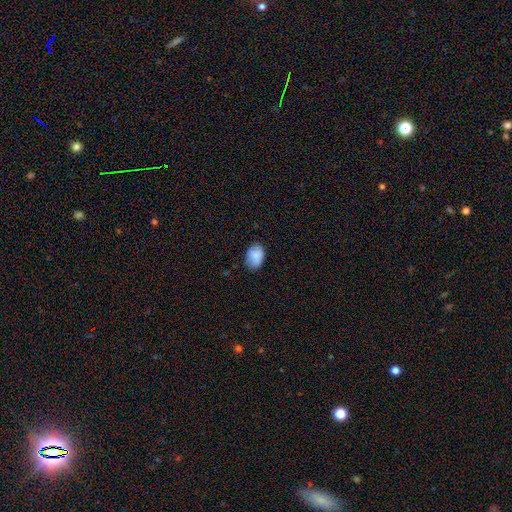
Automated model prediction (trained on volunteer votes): smooth 87%, star or artifact 7%, featured or disk 6%. Down the decision tree: how rounded — in between (79%); merging — none (75%).